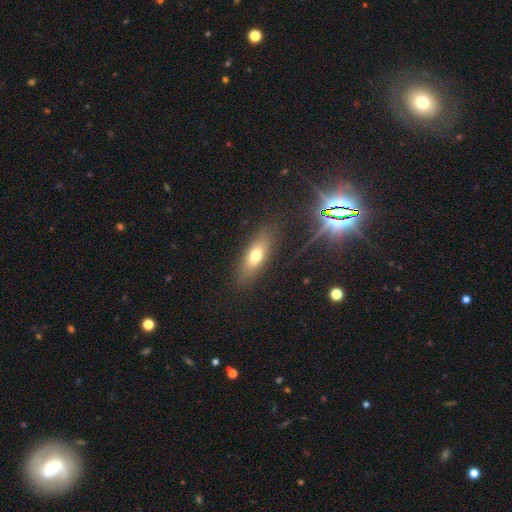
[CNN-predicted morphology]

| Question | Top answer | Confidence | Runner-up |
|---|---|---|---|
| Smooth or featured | smooth | 66% | featured or disk (24%) |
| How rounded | in between | 67% | cigar-shaped (29%) |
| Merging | none | 84% | minor disturbance (11%) |